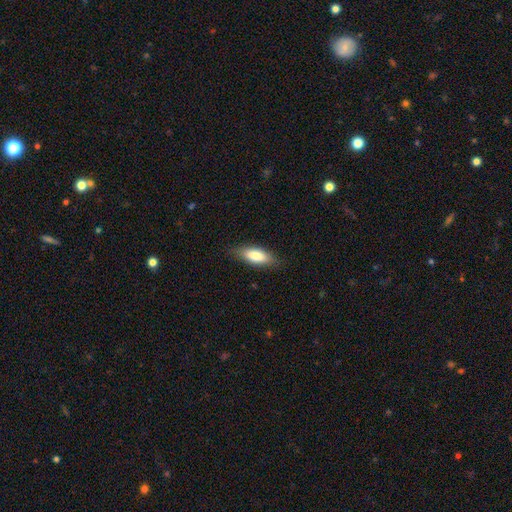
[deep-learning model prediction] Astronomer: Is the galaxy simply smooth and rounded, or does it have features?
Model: smooth — 80%.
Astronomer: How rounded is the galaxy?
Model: in between — 70%.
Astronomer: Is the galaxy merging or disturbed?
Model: none — 82%.